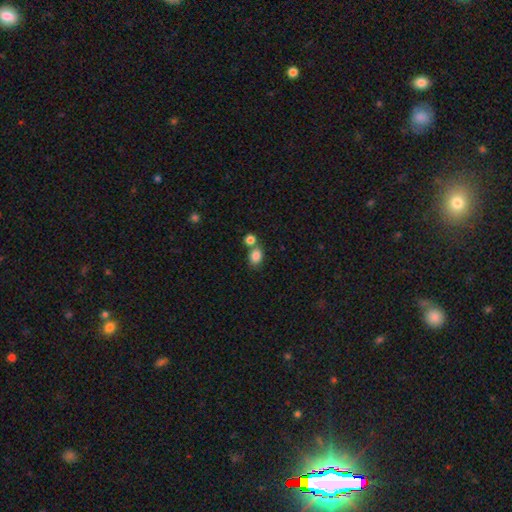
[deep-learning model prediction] Morphology: type=smooth (84%); roundness=in between (59%); merging=none (50%).